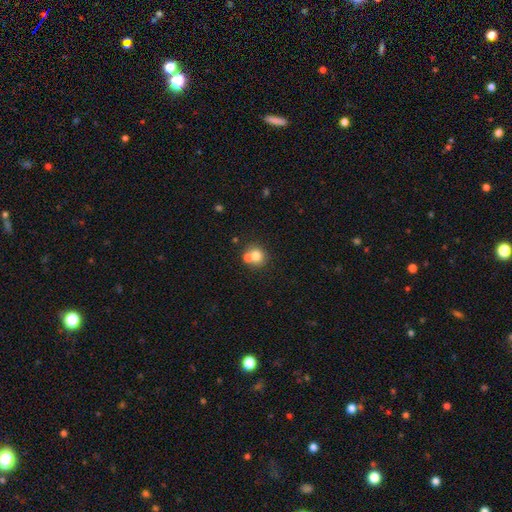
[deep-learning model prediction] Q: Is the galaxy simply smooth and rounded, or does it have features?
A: smooth — 74%.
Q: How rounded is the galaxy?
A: round — 80%.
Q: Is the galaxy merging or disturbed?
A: none — 50%.